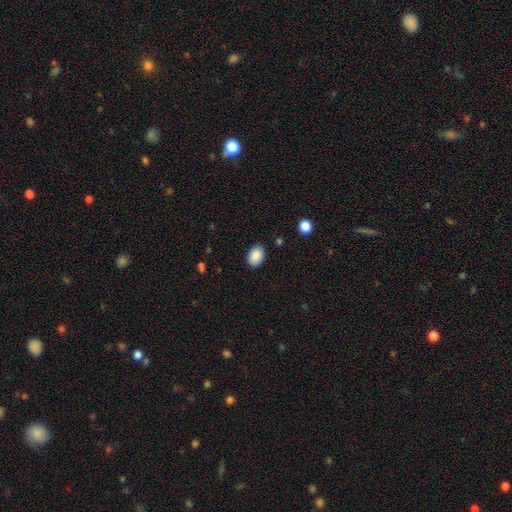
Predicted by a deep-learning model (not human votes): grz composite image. It shows a smooth galaxy with no disk features (89%) that is in between round and cigar-shaped (84%). Merging: none (87%).